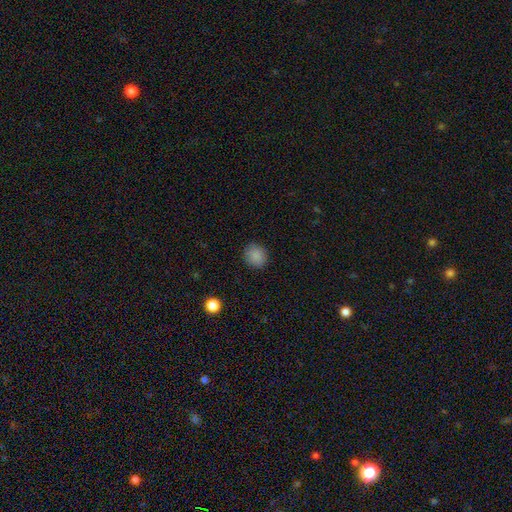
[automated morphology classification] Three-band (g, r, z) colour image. It shows a smooth galaxy with no disk features (87%) that is round (82%). Merging: none (89%).